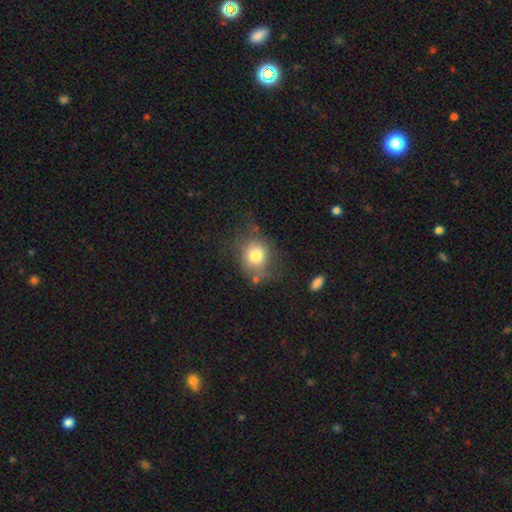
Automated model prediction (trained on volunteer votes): This appears to be a smooth galaxy with no disk features (76%) that is round (69%). Merging: none (58%).